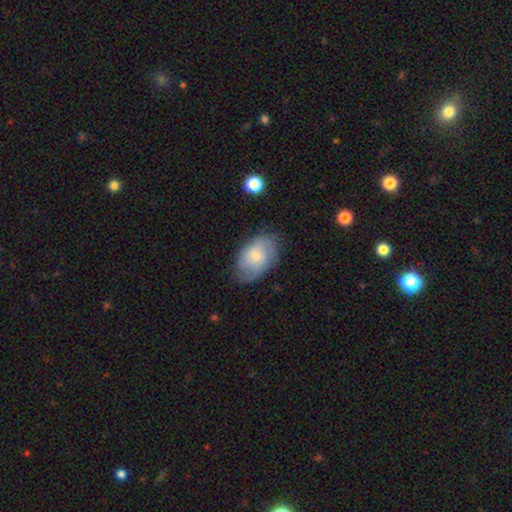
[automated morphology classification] type=featured or disk (49%); merging=none (67%).